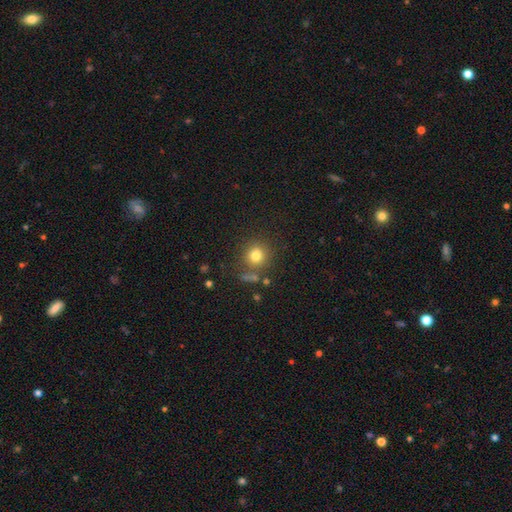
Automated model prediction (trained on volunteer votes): Smooth or featured? Predicted: smooth (p=0.79). How rounded? Predicted: round (p=0.88). Merging? Predicted: none (p=0.76).